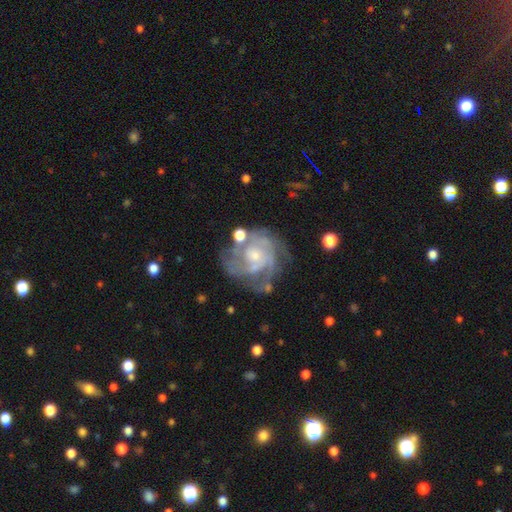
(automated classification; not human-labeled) A featured or disk galaxy (83%) with no bar (73%), tight (54%) spiral arms (91%) and a small central bulge (57%). Merging: none (60%).